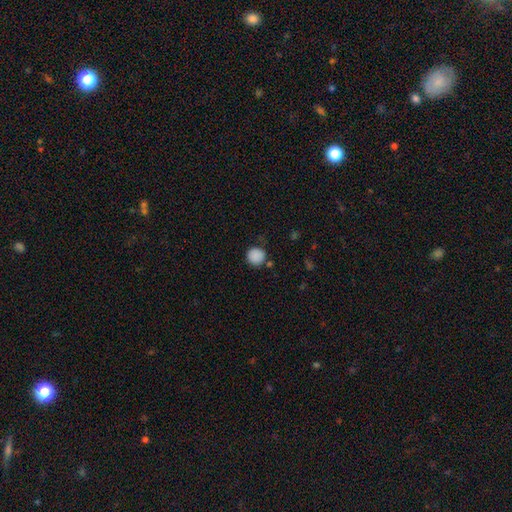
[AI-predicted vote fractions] The model was most divided on "merging": none: 79%, minor disturbance: 13%, merger: 4%, major disturbance: 3%. More confident: how rounded — round (92%); smooth or featured — smooth (87%).